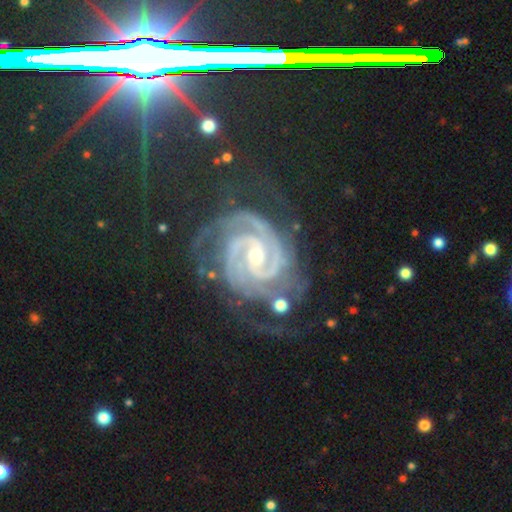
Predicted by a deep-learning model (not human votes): The model was most divided on "bar": weak: 40%, no: 39%, strong: 21%. More confident: spiral arms — yes (99%); edge-on disk — no (98%); smooth or featured — featured or disk (90%); spiral winding — tight (73%); merging — none (64%); bulge size — moderate (56%); spiral arm count — 2 (54%).